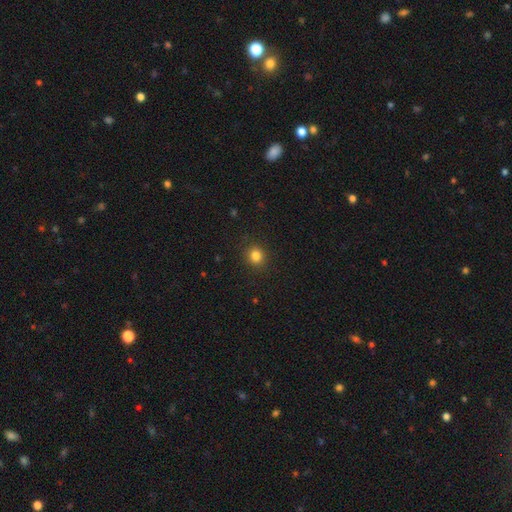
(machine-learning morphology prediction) Smooth or featured? smooth (83%)
How rounded? round (86%)
Merging? none (91%)